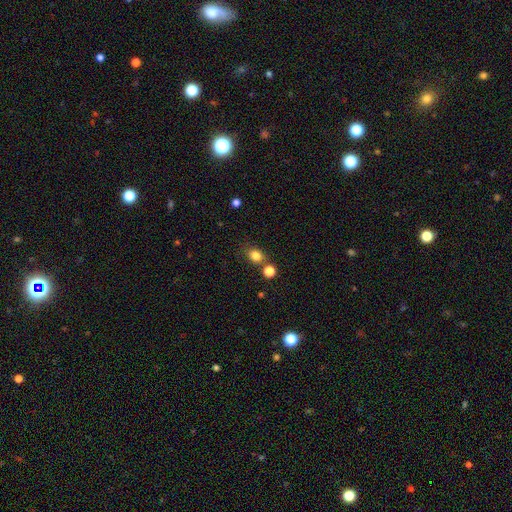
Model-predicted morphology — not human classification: smooth 81%, star or artifact 13%, featured or disk 6%. Down the decision tree: how rounded — round (57%); merging — none (69%).